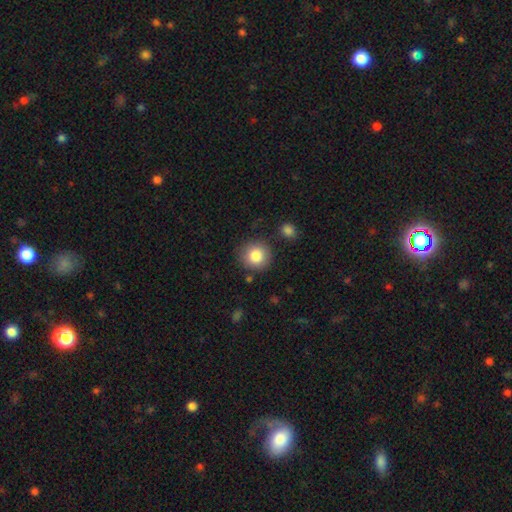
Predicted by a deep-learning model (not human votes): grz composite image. It shows a smooth galaxy with no disk features (84%) that is round (92%). Merging: none (83%).